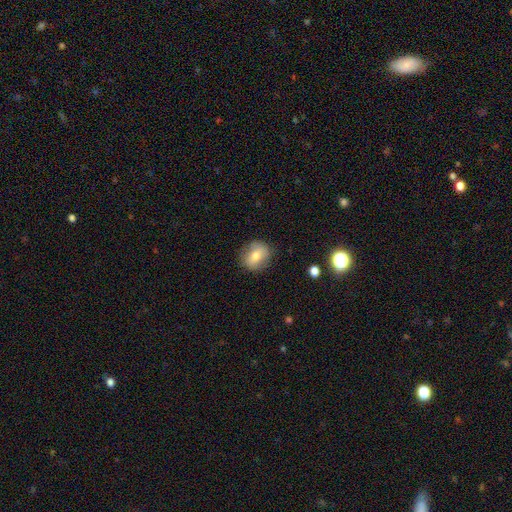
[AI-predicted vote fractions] smooth 69%, featured or disk 22%, star or artifact 9%. Down the decision tree: how rounded — round (67%); merging — none (83%).